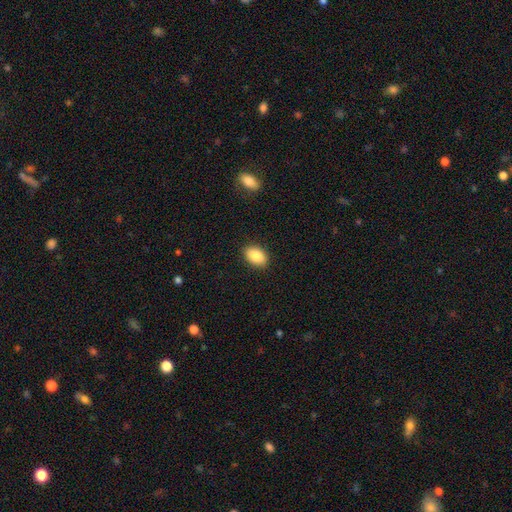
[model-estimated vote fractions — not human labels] Smooth or featured? smooth (87%)
How rounded? in between (88%)
Merging? none (89%)